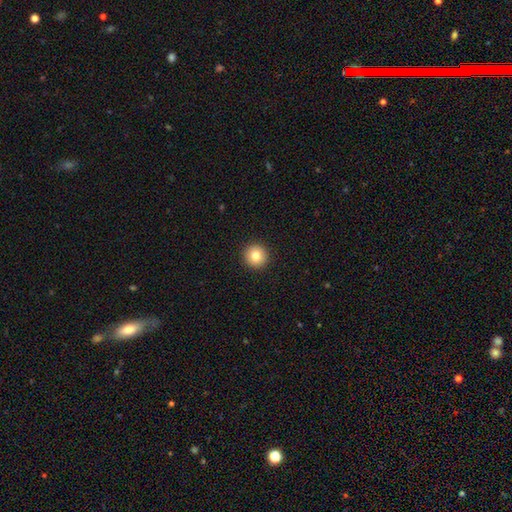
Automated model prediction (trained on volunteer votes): A smooth galaxy with no disk features (80%) that is round (96%).

Vote fractions:
- Smooth or featured? smooth: 80% / star or artifact: 10% / featured or disk: 10%
- How rounded? round: 96% / in between: 3% / cigar-shaped: 1%
- Merging? none: 93% / minor disturbance: 4% / major disturbance: 1% / merger: 1%